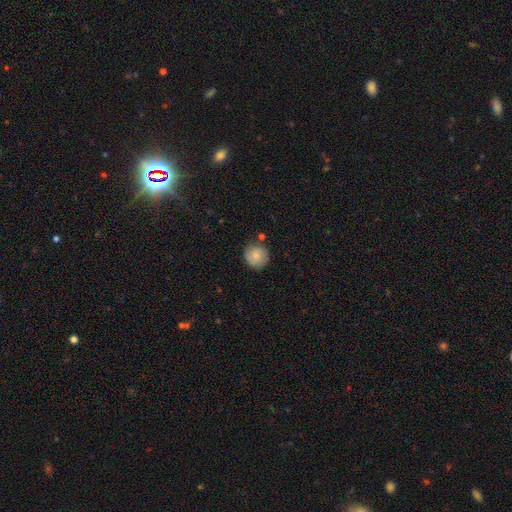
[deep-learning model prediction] smooth 74%, featured or disk 18%, star or artifact 8%. Down the decision tree: how rounded — round (91%); merging — none (80%).